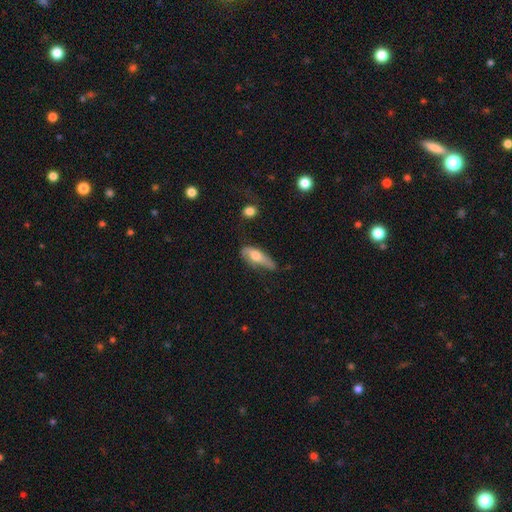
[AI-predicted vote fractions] This is possibly a smooth galaxy (57%). How rounded: likely in between (61%). Merging: marginally minor disturbance (38%, tied with none).